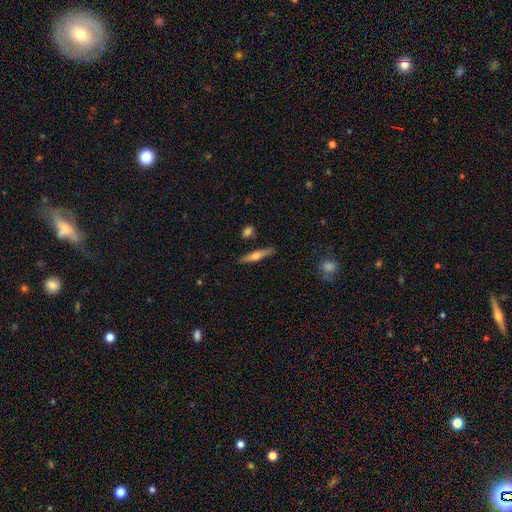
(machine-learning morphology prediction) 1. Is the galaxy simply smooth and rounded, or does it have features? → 54% featured or disk, 40% smooth, 6% star or artifact.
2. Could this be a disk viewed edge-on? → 95% yes, 5% no.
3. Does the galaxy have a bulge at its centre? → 89% rounded, 6% none, 5% boxy.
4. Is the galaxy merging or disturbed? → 84% none, 10% minor disturbance, 4% merger, 2% major disturbance.